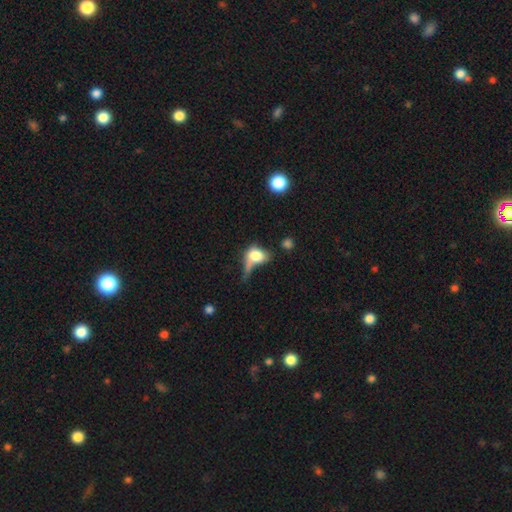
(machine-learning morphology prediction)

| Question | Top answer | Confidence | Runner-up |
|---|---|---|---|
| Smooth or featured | smooth | 68% | featured or disk (21%) |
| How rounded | in between | 67% | round (28%) |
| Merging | major disturbance | 35% | none (24%) |